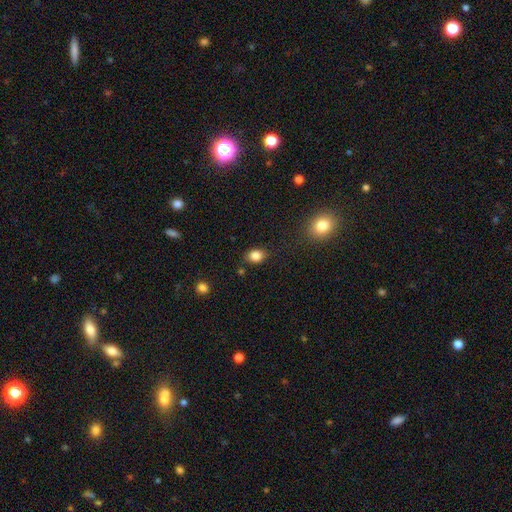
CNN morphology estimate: Smooth or featured? smooth (85%)
How rounded? in between (62%)
Merging? none (82%)